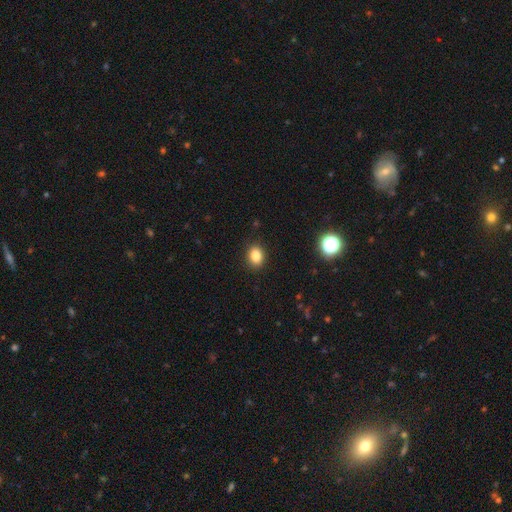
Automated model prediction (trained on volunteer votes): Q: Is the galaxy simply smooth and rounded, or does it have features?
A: smooth — 84%.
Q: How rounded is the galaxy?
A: in between — 57%.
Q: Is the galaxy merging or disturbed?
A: none — 89%.